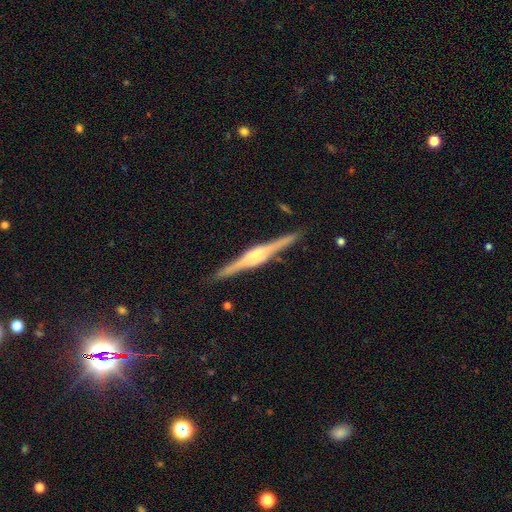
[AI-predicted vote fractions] Q: Smooth or featured?
A: featured or disk (86%); runner-up: smooth (9%)
Q: Edge-on disk?
A: yes (98%); runner-up: no (2%)
Q: Edge-on bulge?
A: rounded (59%); runner-up: boxy (35%)
Q: Merging?
A: none (90%); runner-up: minor disturbance (7%)